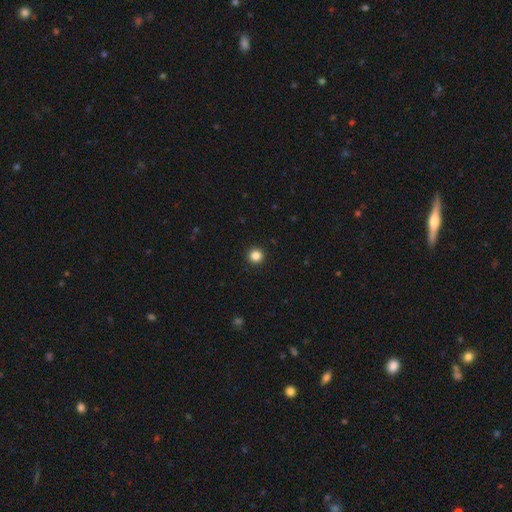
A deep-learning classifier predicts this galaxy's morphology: This is clearly a smooth galaxy (85%). How rounded: clearly round (96%). Merging: clearly none (94%).